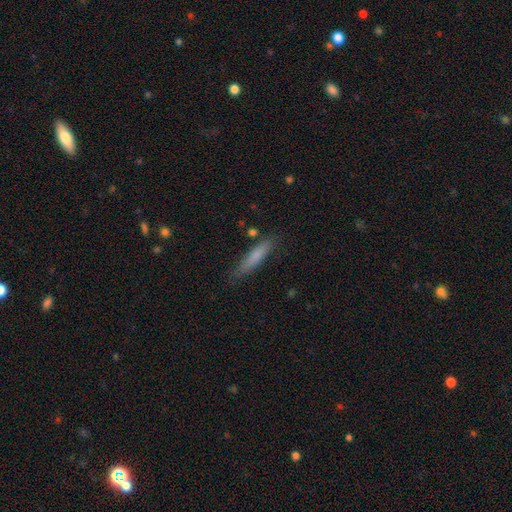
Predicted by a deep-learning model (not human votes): This is likely a smooth galaxy (74%). How rounded: clearly cigar-shaped (86%). Merging: clearly none (81%).